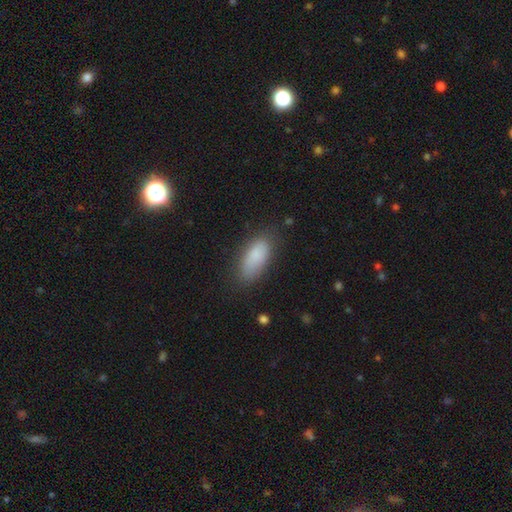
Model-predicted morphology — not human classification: Q: Smooth or featured?
A: smooth (83%); runner-up: featured or disk (9%)
Q: How rounded?
A: in between (83%); runner-up: cigar-shaped (14%)
Q: Merging?
A: none (75%); runner-up: minor disturbance (19%)